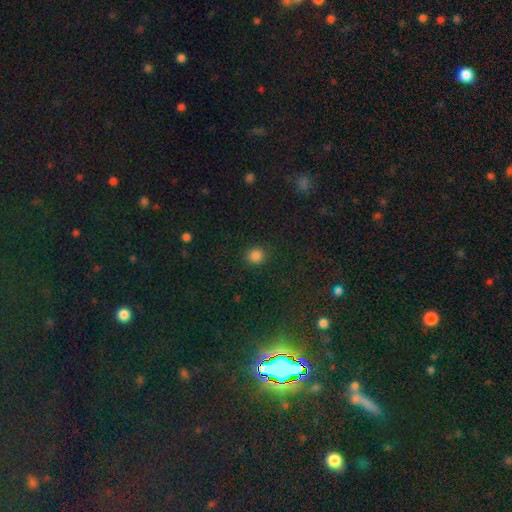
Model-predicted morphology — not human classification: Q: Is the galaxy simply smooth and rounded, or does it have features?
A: smooth — 84%.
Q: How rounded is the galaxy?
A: round — 88%.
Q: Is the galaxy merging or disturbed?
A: none — 89%.